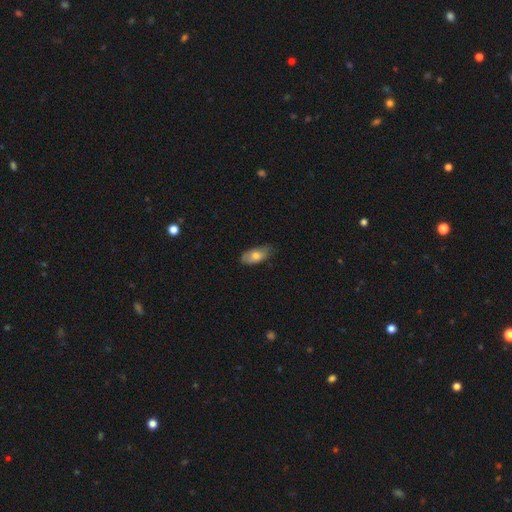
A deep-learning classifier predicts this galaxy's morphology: Q: Smooth or featured?
A: smooth (69%); runner-up: featured or disk (25%)
Q: How rounded?
A: in between (89%); runner-up: cigar-shaped (8%)
Q: Merging?
A: none (67%); runner-up: minor disturbance (27%)